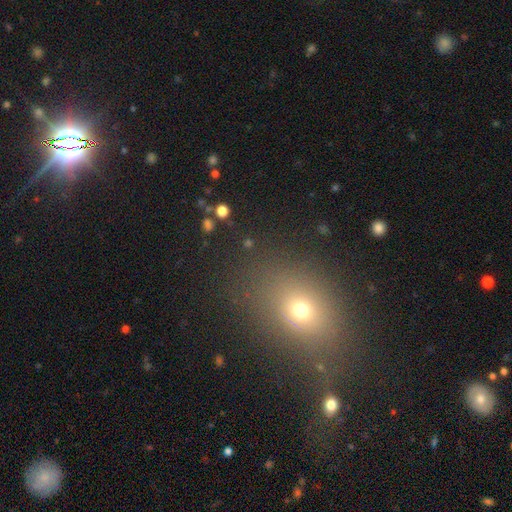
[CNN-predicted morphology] Q: Smooth or featured?
A: smooth (54%); runner-up: star or artifact (35%)
Q: How rounded?
A: in between (56%); runner-up: round (42%)
Q: Merging?
A: none (77%); runner-up: minor disturbance (11%)